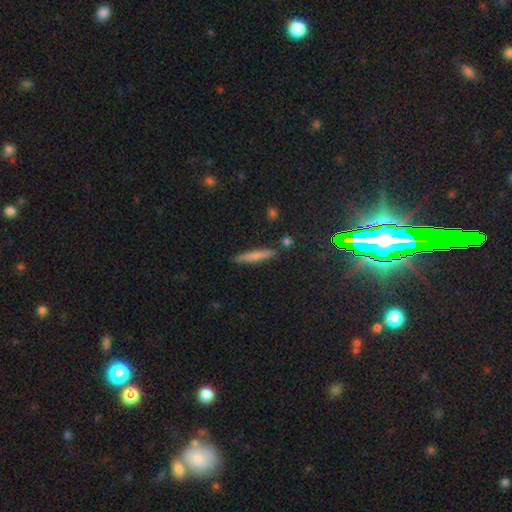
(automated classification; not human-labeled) A smooth galaxy with no disk features (69%) that is cigar-shaped (93%).

Vote fractions:
- Smooth or featured? smooth: 69% / featured or disk: 22% / star or artifact: 8%
- How rounded? cigar-shaped: 93% / in between: 6% / round: 2%
- Merging? none: 88% / minor disturbance: 8% / merger: 3% / major disturbance: 2%